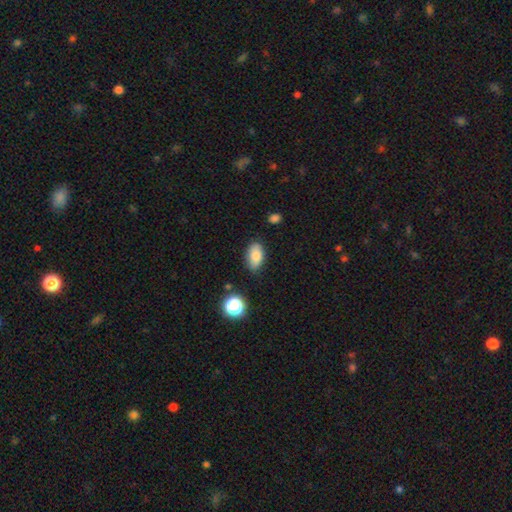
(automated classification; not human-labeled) The model was most divided on "merging": none: 80%, minor disturbance: 15%, major disturbance: 3%, merger: 2%. More confident: how rounded — in between (91%); smooth or featured — smooth (82%).